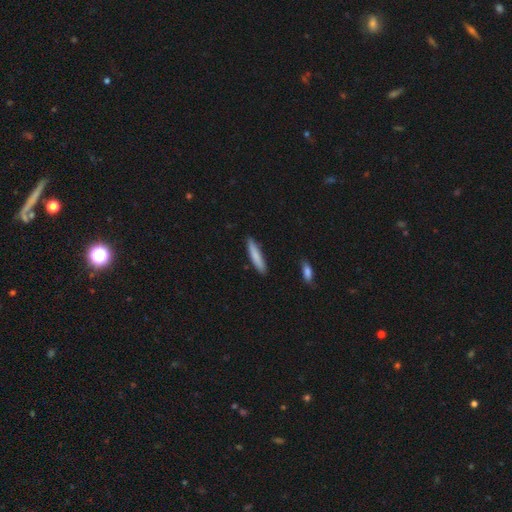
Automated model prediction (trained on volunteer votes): smooth 82%, featured or disk 12%, star or artifact 6%. Down the decision tree: how rounded — cigar-shaped (87%); merging — none (87%).